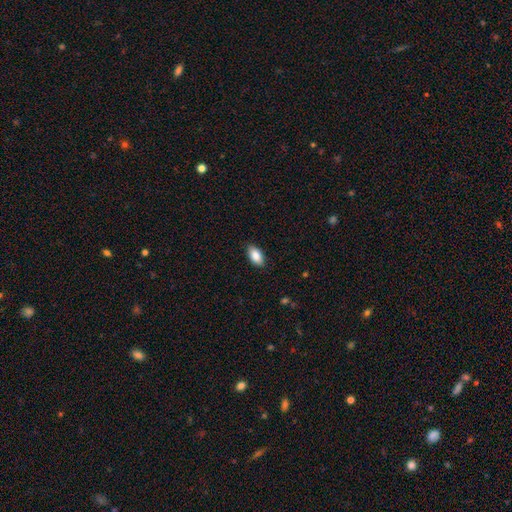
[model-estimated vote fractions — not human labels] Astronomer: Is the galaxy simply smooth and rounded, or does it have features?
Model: smooth — 86%.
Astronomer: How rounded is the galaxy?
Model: in between — 93%.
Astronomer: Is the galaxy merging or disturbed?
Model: none — 88%.